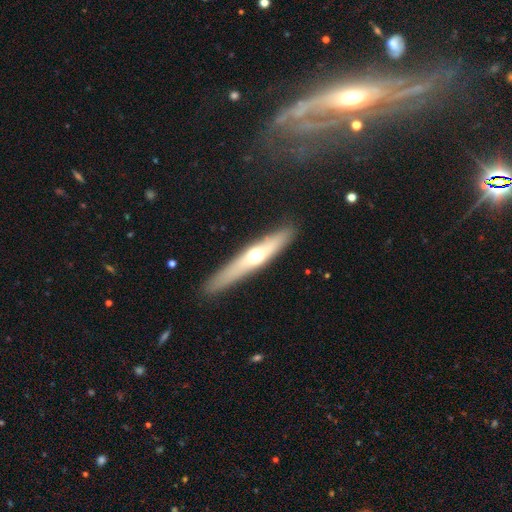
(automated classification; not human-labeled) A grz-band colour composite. It shows a featured or disk galaxy (50%). Merging: none (88%).